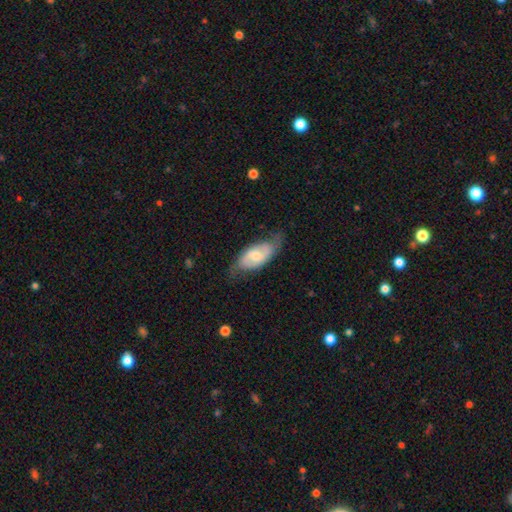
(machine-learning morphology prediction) smooth-or-featured: featured or disk: 53% | smooth: 41% | star or artifact: 6%
  disk-edge-on: no: 89% | yes: 11%
  merging: none: 61% | minor disturbance: 28% | major disturbance: 10% | merger: 1%